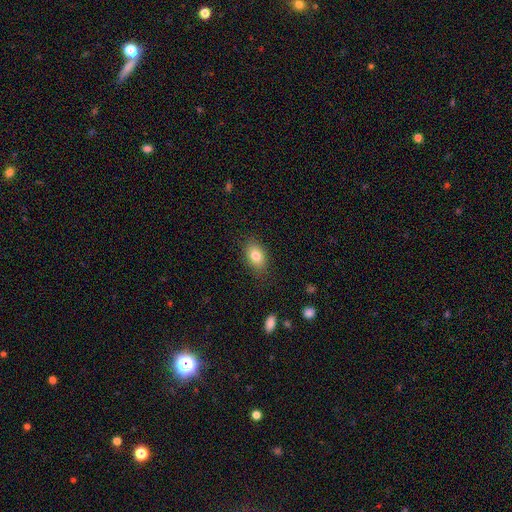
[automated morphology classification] This appears to be a smooth galaxy with no disk features (81%) that is in between round and cigar-shaped (83%). Merging: none (83%).